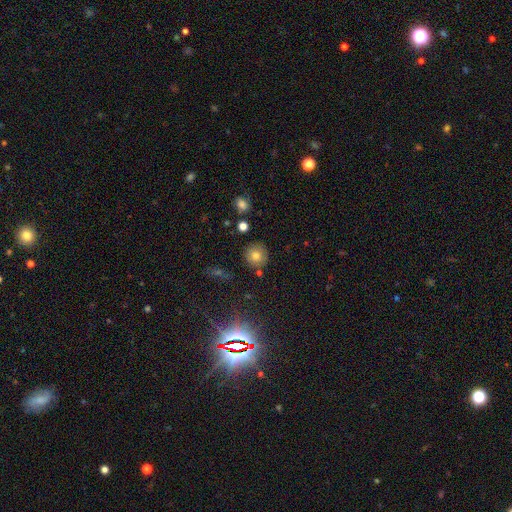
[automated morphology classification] Q: Smooth or featured?
A: smooth (77%); runner-up: star or artifact (13%)
Q: How rounded?
A: round (93%); runner-up: in between (6%)
Q: Merging?
A: none (85%); runner-up: minor disturbance (9%)